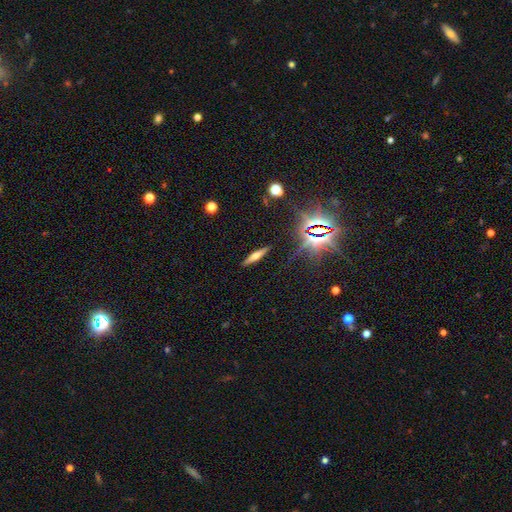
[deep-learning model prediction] This appears to be a featured or disk galaxy (44%). Merging: none (88%).